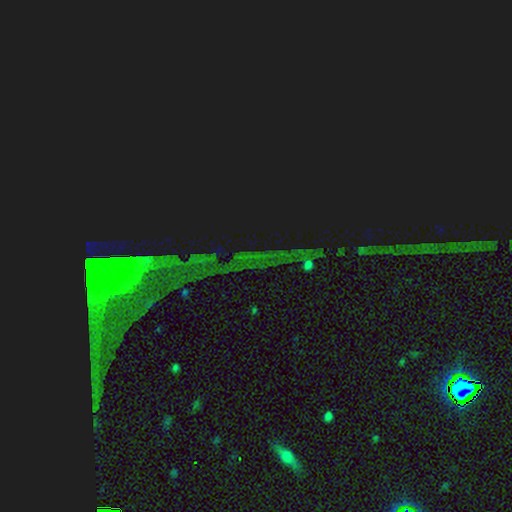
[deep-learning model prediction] This is likely a star or artifact rather than a galaxy (80%).